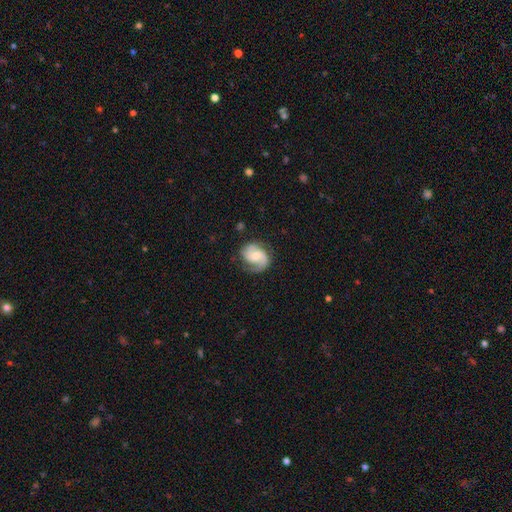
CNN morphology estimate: This appears to be a featured or disk galaxy (79%) with no bar (52%), 2 (76%) medium (47%) spiral arms (96%) and a moderate central bulge (53%). Merging: none (69%).